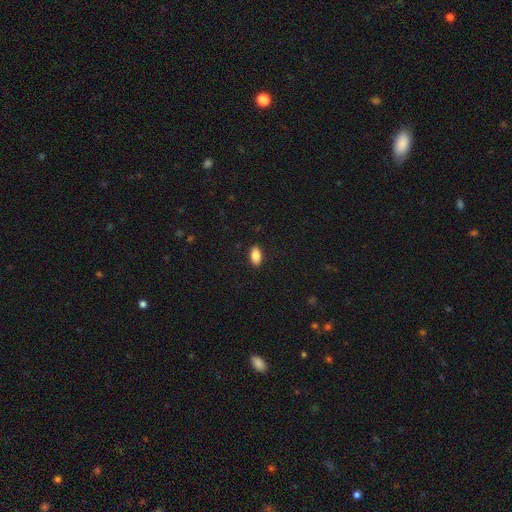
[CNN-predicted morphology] Smooth or featured?
  - smooth: 85% *
  - star or artifact: 8%
  - featured or disk: 7%
How rounded?
  - in between: 92% *
  - cigar-shaped: 4%
  - round: 4%
Merging?
  - none: 90% *
  - minor disturbance: 7%
  - major disturbance: 2%
  - merger: 1%